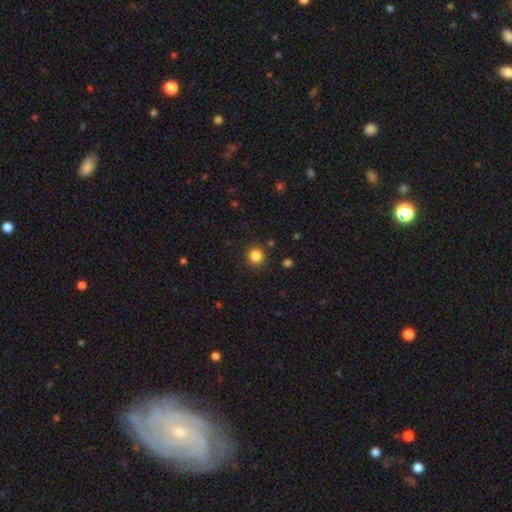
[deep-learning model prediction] smooth-or-featured: smooth: 85% | star or artifact: 12% | featured or disk: 4%
  how-rounded: round: 92% | in between: 7% | cigar-shaped: 1%
  merging: none: 90% | minor disturbance: 6% | major disturbance: 2% | merger: 2%